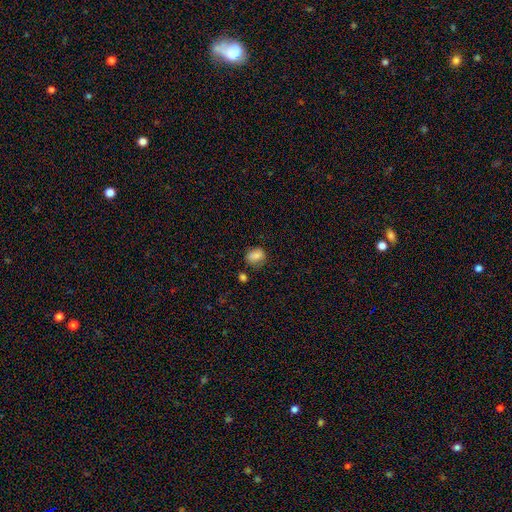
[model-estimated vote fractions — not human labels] smooth-or-featured: smooth: 84% | star or artifact: 9% | featured or disk: 7%
  how-rounded: in between: 60% | round: 38% | cigar-shaped: 1%
  merging: none: 68% | minor disturbance: 21% | major disturbance: 6% | merger: 5%